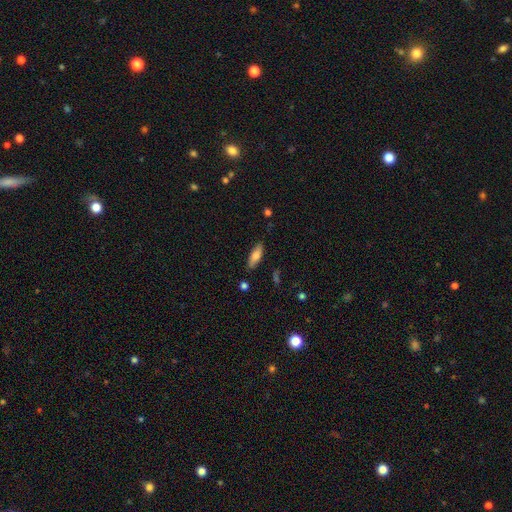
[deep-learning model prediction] Morphology: type=smooth (71%); roundness=in between (59%); merging=none (84%).